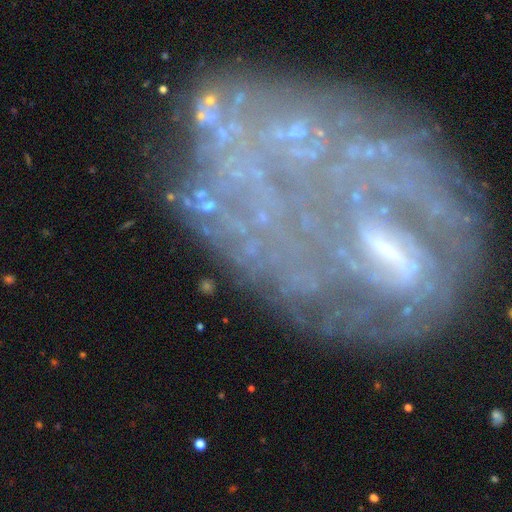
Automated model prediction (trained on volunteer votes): Overall: featured or disk (70%). Edge-on disk: no (90%). Bar: strong (39%; no 31%). Spiral arms: yes (77%). Bulge size: small (47%; moderate 26%). Merging: none (62%).